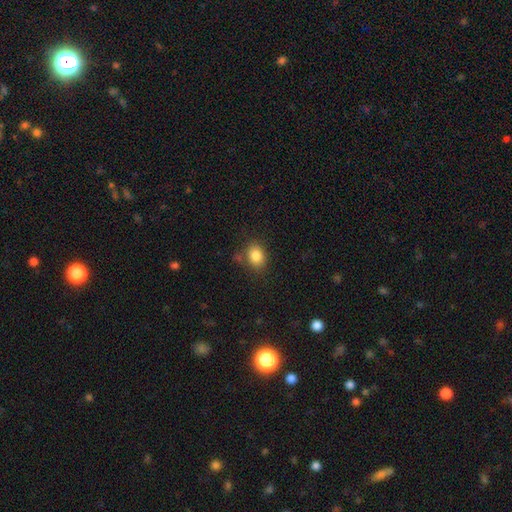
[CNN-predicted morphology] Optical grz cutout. It shows a smooth galaxy with no disk features (84%) that is in between round and cigar-shaped (51%). Merging: none (74%).